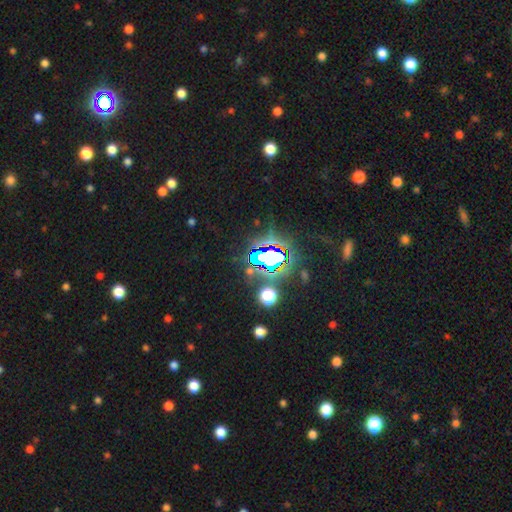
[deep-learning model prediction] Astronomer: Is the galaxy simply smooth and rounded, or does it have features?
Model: star or artifact — 78%.